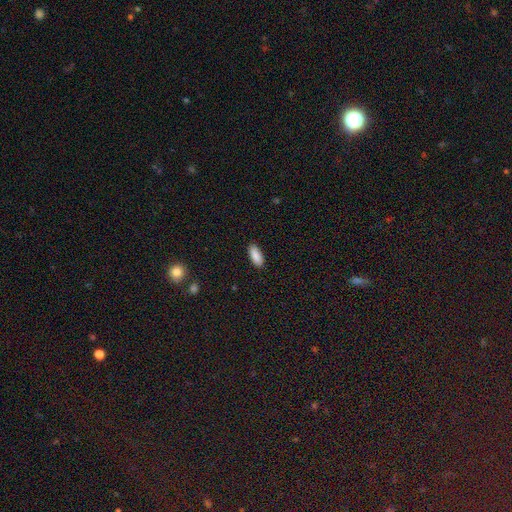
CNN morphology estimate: smooth_or_featured: smooth (p=0.89) [alt: star or artifact p=0.07]
how_rounded: in between (p=0.81) [alt: cigar-shaped p=0.17]
merging: none (p=0.89) [alt: minor disturbance p=0.08]